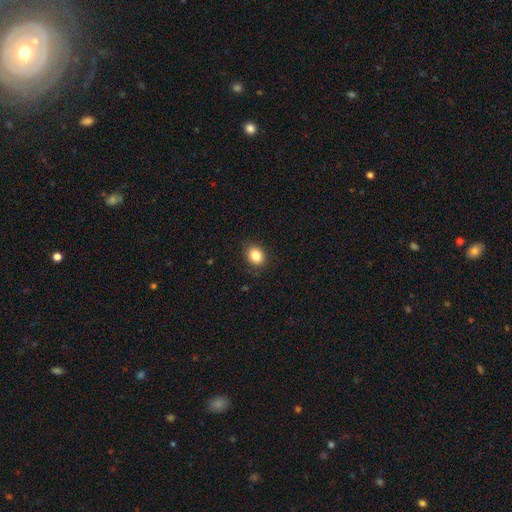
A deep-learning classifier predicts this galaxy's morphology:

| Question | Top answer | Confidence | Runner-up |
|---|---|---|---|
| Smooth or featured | smooth | 84% | star or artifact (10%) |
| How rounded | in between | 51% | round (48%) |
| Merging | none | 86% | minor disturbance (11%) |